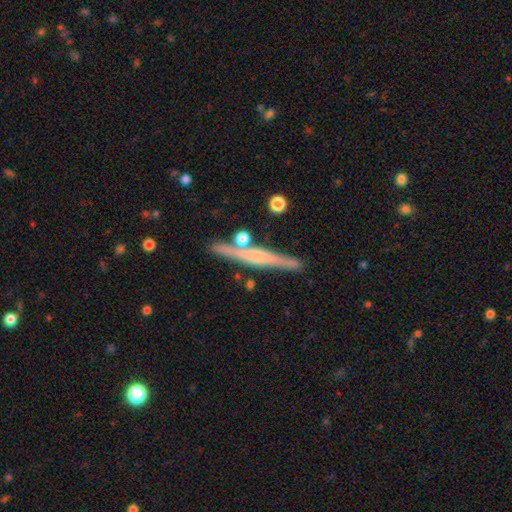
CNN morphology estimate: Smooth or featured? Predicted: featured or disk (p=0.63). Edge-on disk? Predicted: yes (p=0.97). Edge-on bulge? Predicted: rounded (p=0.52). Merging? Predicted: none (p=0.82).